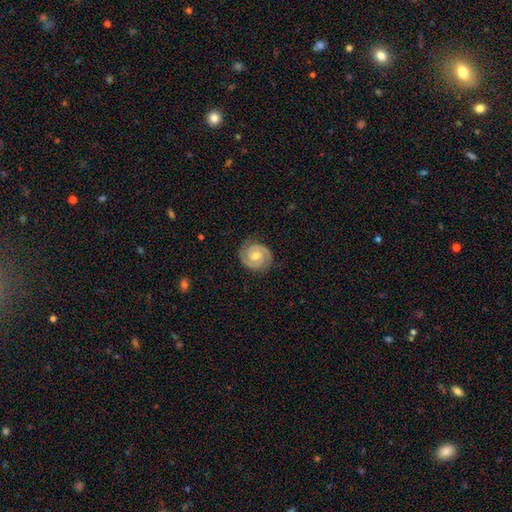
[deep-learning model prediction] A featured or disk galaxy (89%) with no bar (59%), 2 (93%) tight (70%) spiral arms (98%) and a moderate central bulge (64%).

Vote fractions:
- Smooth or featured? featured or disk: 89% / smooth: 6% / star or artifact: 5%
- Edge-on disk? no: 98% / yes: 2%
- Bar? no: 59% / weak: 32% / strong: 9%
- Spiral arms? yes: 98% / no: 2%
- Spiral winding? tight: 70% / medium: 27% / loose: 4%
- Spiral arm count? 2: 93% / can't tell: 2% / 3: 2% / 1: 1% / 4: 1% / more than 4: 1%
- Bulge size? moderate: 64% / small: 32% / large: 2% / none: 1% / dominant: 1%
- Merging? none: 86% / minor disturbance: 10% / major disturbance: 2% / merger: 1%